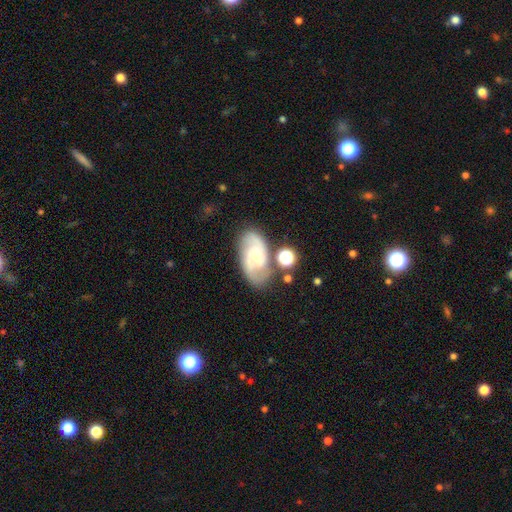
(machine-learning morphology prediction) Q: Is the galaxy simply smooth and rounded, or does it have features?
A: featured or disk — 74%.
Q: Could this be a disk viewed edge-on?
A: no — 96%.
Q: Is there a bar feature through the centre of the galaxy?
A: no — 55%.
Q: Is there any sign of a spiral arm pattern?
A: yes — 94%.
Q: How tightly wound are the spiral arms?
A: medium — 50%.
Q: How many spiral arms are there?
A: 2 — 78%.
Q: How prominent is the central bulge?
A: small — 60%.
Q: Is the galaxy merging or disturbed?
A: none — 66%.